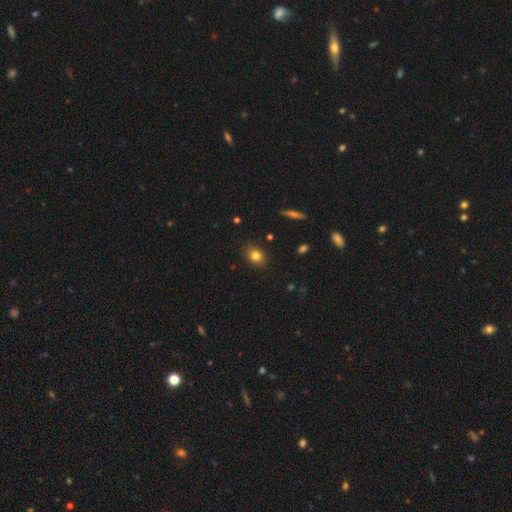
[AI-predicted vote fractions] Smooth or featured? Predicted: smooth (p=0.80). How rounded? Predicted: in between (p=0.50). Merging? Predicted: none (p=0.87).